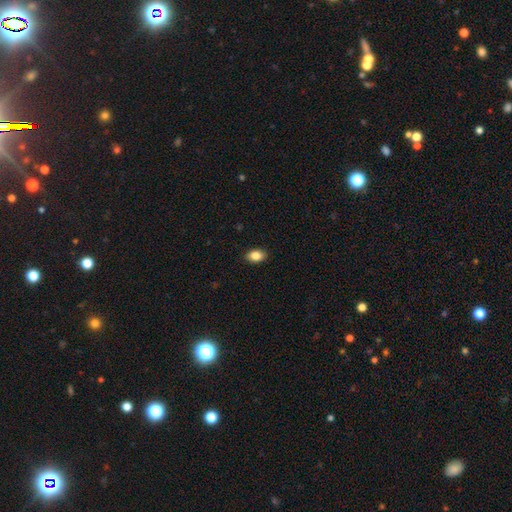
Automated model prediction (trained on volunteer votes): Overall: smooth (86%). How rounded: in between (85%). Merging: none (90%).